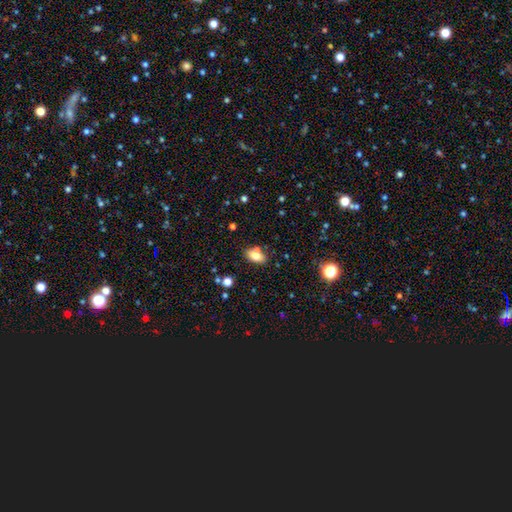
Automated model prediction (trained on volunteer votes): smooth_or_featured: smooth (p=0.79) [alt: featured or disk p=0.11]
how_rounded: in between (p=0.88) [alt: round p=0.08]
merging: none (p=0.72) [alt: minor disturbance p=0.14]